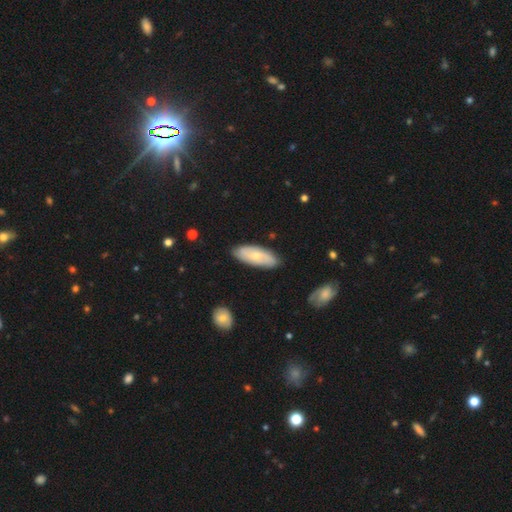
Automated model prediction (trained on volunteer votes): smooth 54%, featured or disk 41%, star or artifact 6%. Down the decision tree: how rounded — in between (77%); merging — none (82%).